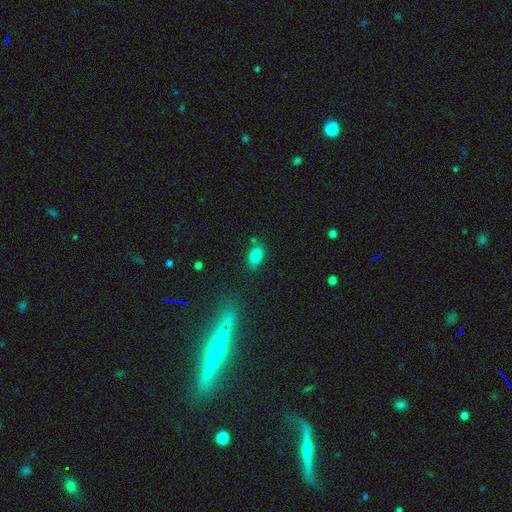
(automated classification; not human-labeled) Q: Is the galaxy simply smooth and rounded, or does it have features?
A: smooth — 81%.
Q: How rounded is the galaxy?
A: in between — 84%.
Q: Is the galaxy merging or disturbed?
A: none — 76%.